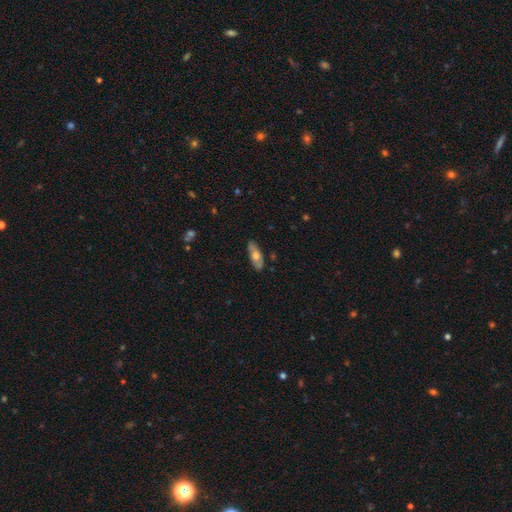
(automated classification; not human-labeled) Smooth or featured: smooth — 56% (featured or disk — 38%)
How rounded: in between — 73% (cigar-shaped — 24%)
Merging: none — 82% (minor disturbance — 14%)